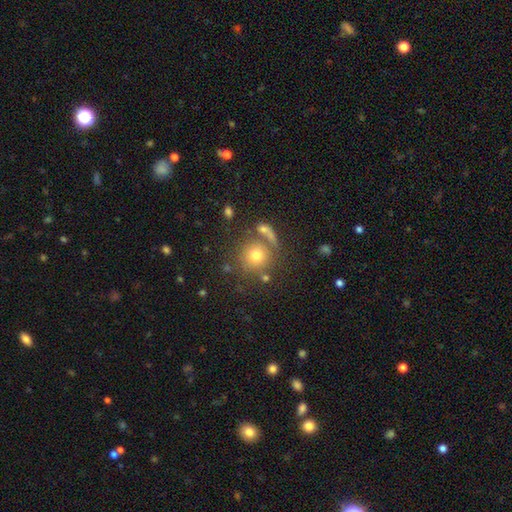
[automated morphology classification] A smooth galaxy with no disk features (71%) that is round (90%). Merging: none (67%).